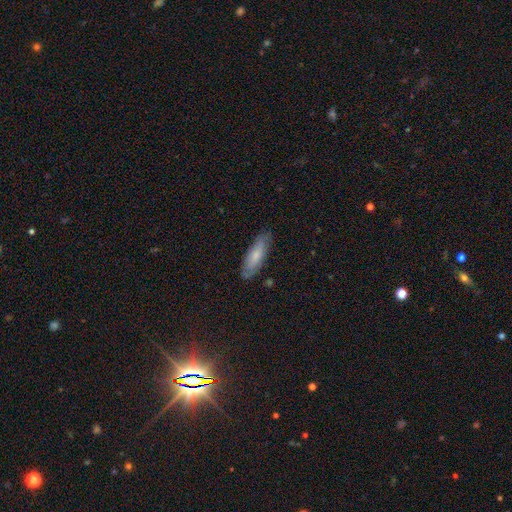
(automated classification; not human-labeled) smooth 66%, featured or disk 28%, star or artifact 6%. Down the decision tree: how rounded — in between (51%); merging — none (80%).